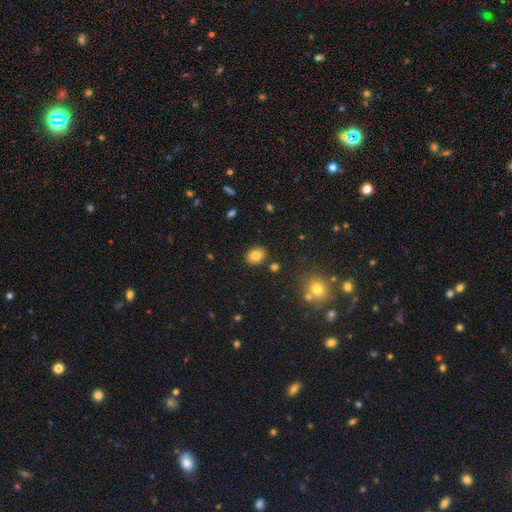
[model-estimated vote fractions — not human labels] The model was most divided on "how rounded": in between: 66%, round: 33%, cigar-shaped: 1%. More confident: merging — none (86%); smooth or featured — smooth (82%).